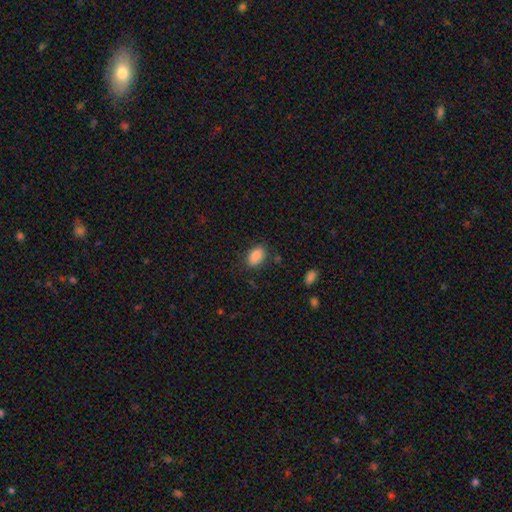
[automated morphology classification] Overall: smooth (88%). How rounded: in between (89%). Merging: none (80%).